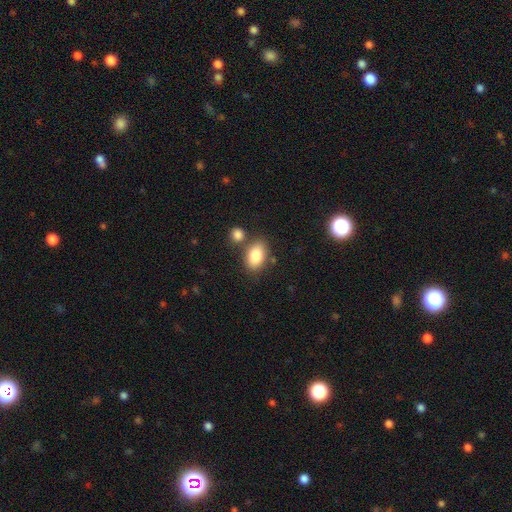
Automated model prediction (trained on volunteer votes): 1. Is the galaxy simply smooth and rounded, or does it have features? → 85% smooth, 8% featured or disk, 7% star or artifact.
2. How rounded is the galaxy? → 89% in between, 9% round, 2% cigar-shaped.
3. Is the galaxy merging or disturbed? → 69% none, 15% merger, 13% minor disturbance, 4% major disturbance.